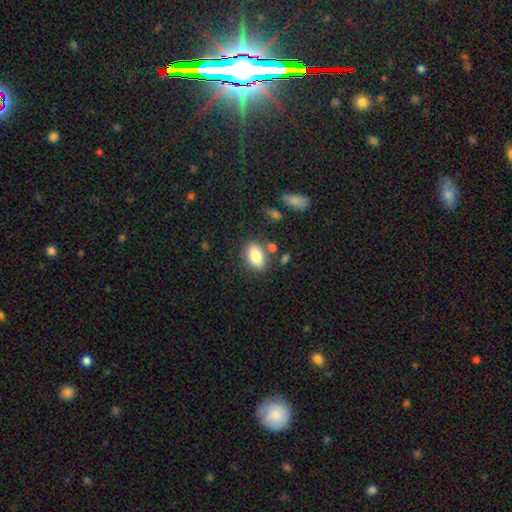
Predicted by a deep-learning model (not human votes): smooth-or-featured: smooth: 80% | featured or disk: 11% | star or artifact: 8%
  how-rounded: in between: 84% | round: 14% | cigar-shaped: 2%
  merging: none: 77% | minor disturbance: 12% | merger: 7% | major disturbance: 4%